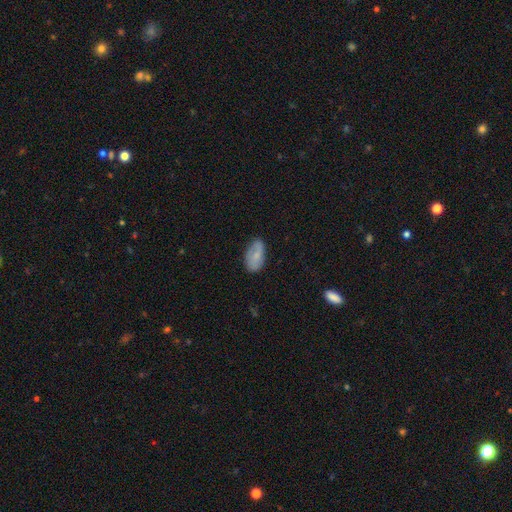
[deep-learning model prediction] Overall: smooth (68%). How rounded: in between (93%). Merging: none (70%).